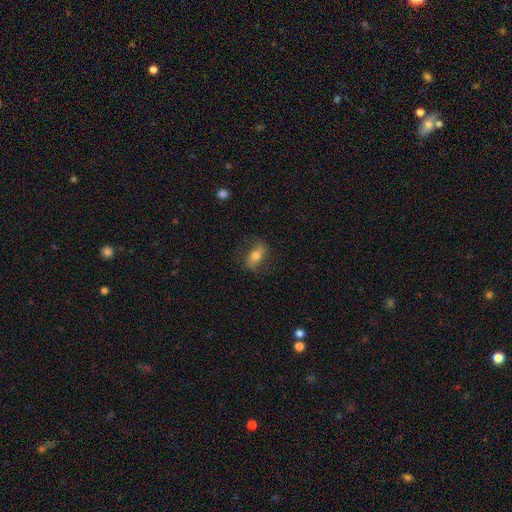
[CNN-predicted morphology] Overall: smooth (53%; featured or disk 38%). How rounded: in between (79%). Merging: none (73%).